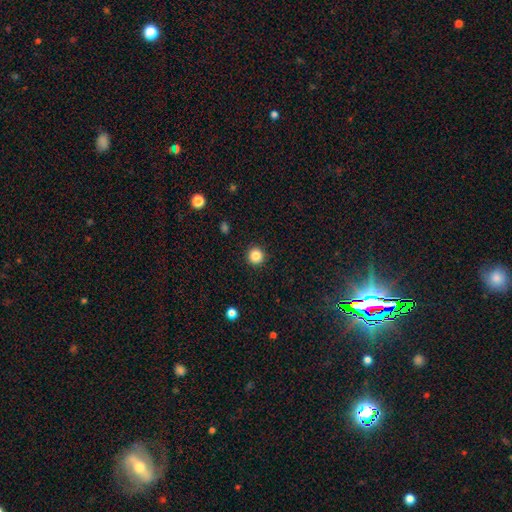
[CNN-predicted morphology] smooth-or-featured: smooth: 85% | star or artifact: 11% | featured or disk: 4%
  how-rounded: round: 95% | in between: 4% | cigar-shaped: 1%
  merging: none: 93% | minor disturbance: 5% | major disturbance: 2% | merger: 1%